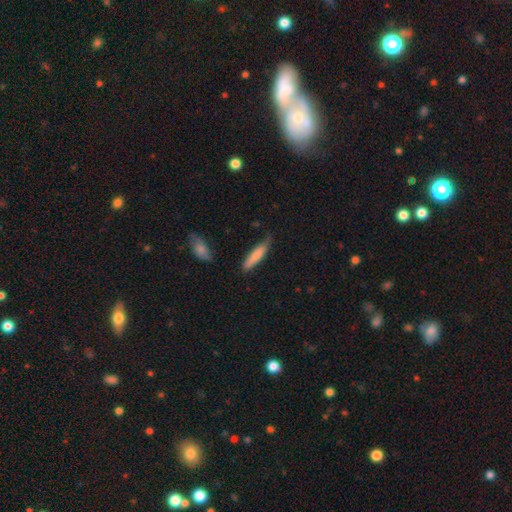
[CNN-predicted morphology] Smooth or featured?
  - smooth: 77% *
  - featured or disk: 18%
  - star or artifact: 5%
How rounded?
  - cigar-shaped: 81% *
  - in between: 18%
  - round: 1%
Merging?
  - none: 69% *
  - minor disturbance: 24%
  - major disturbance: 4%
  - merger: 3%